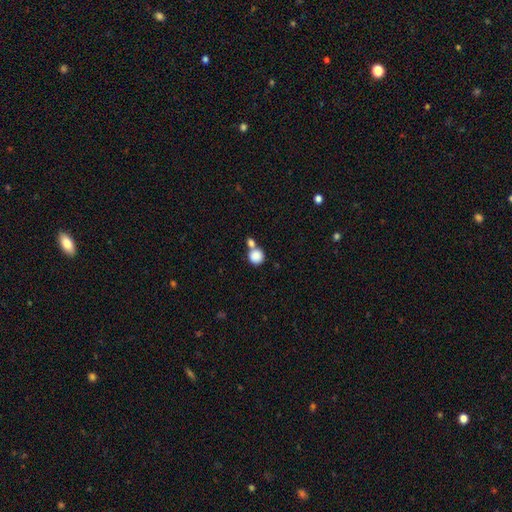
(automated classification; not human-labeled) smooth_or_featured: smooth (p=0.86) [alt: star or artifact p=0.08]
how_rounded: round (p=0.90) [alt: in between p=0.09]
merging: none (p=0.51) [alt: merger p=0.37]